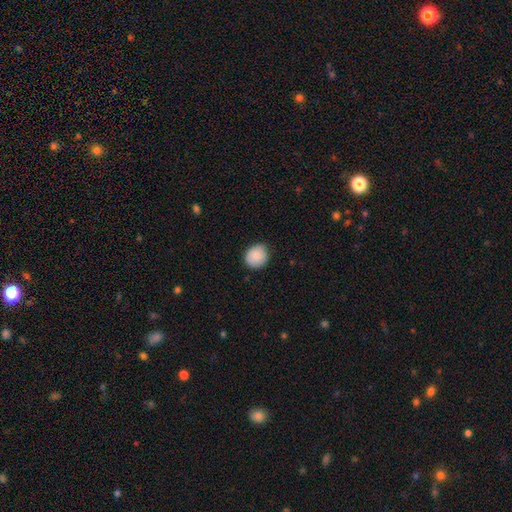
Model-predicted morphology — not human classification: A smooth galaxy with no disk features (86%) that is round (79%). Merging: none (79%).